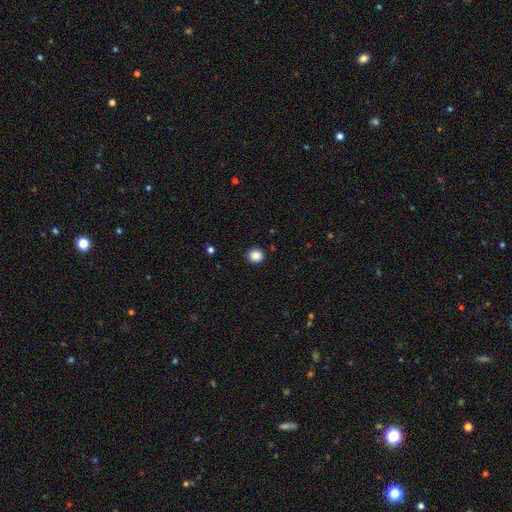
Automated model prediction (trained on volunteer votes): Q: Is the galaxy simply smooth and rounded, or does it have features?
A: smooth — 87%.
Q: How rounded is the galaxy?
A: round — 86%.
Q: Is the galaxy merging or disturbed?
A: none — 89%.